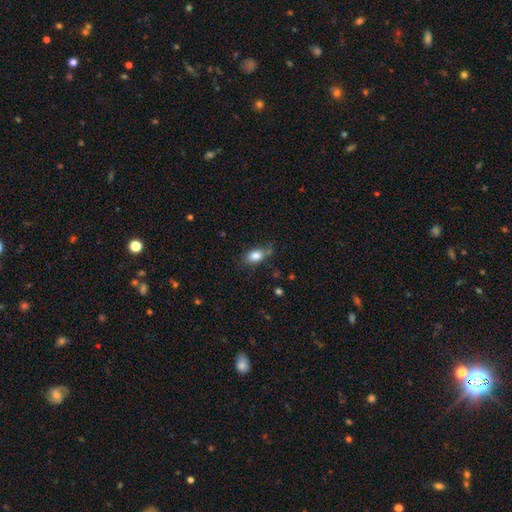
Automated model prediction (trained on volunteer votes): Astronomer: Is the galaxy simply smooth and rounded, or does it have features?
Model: smooth — 83%.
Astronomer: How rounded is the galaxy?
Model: in between — 81%.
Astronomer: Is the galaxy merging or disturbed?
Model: none — 62%.